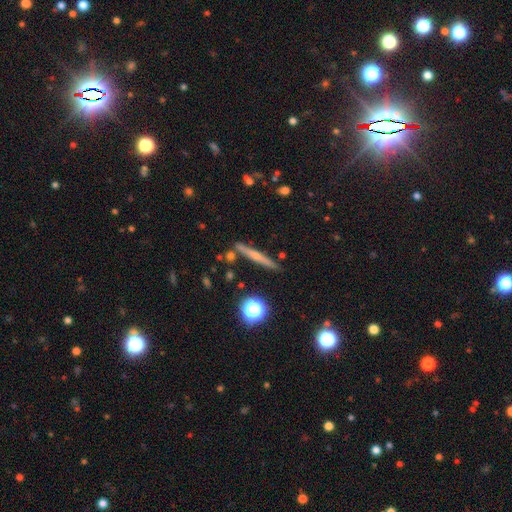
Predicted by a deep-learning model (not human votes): smooth-or-featured: featured or disk: 58% | smooth: 32% | star or artifact: 10%
  disk-edge-on: yes: 96% | no: 4%
    edge-on-bulge: rounded: 66% | none: 28% | boxy: 6%
  merging: none: 86% | minor disturbance: 8% | merger: 3% | major disturbance: 2%